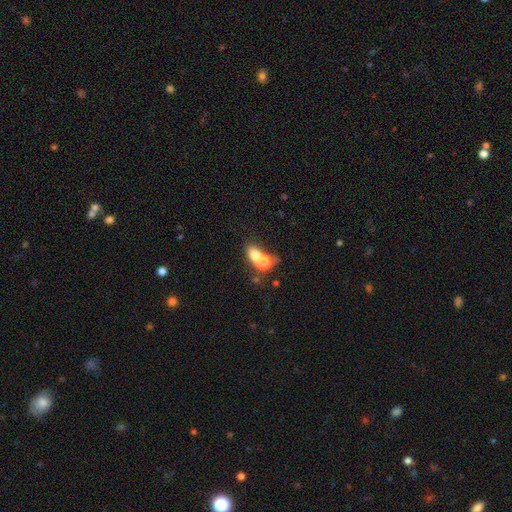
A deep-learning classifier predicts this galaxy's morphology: Smooth or featured?
  - smooth: 69% *
  - featured or disk: 17%
  - star or artifact: 14%
How rounded?
  - in between: 52% *
  - round: 45%
  - cigar-shaped: 2%
Merging?
  - merger: 60% *
  - none: 28%
  - minor disturbance: 7%
  - major disturbance: 5%